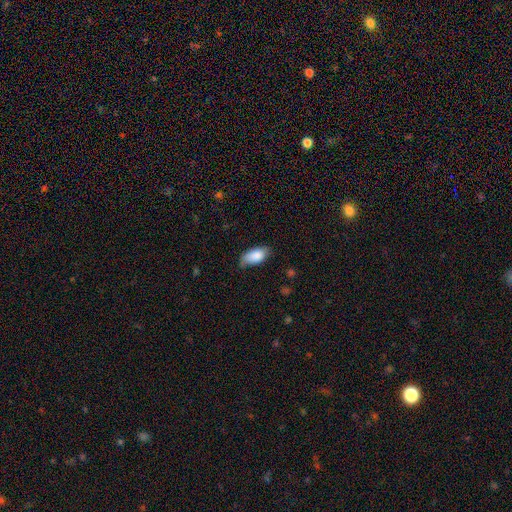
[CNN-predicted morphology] smooth 87%, featured or disk 7%, star or artifact 6%. Down the decision tree: how rounded — in between (93%); merging — none (67%).